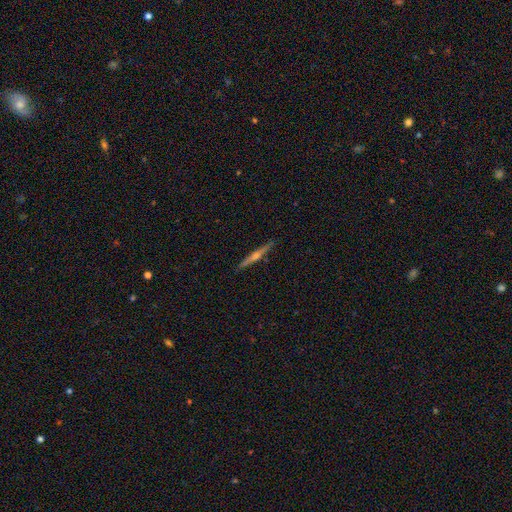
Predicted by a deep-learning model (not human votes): A featured or disk galaxy (74%) viewed edge-on (98%) with a rounded central bulge (83%).

Vote fractions:
- Smooth or featured? featured or disk: 74% / smooth: 20% / star or artifact: 6%
- Edge-on disk? yes: 98% / no: 2%
- Edge-on bulge? rounded: 83% / none: 12% / boxy: 6%
- Merging? none: 92% / minor disturbance: 6% / major disturbance: 1% / merger: 1%